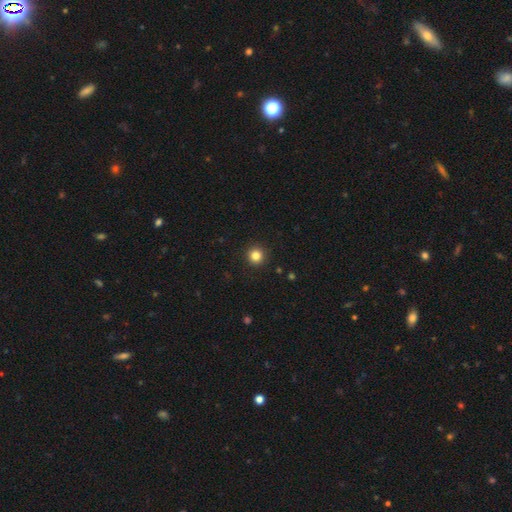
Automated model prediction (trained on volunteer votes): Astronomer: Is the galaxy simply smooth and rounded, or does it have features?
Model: smooth — 83%.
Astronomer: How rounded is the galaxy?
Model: round — 96%.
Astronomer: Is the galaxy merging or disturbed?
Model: none — 93%.